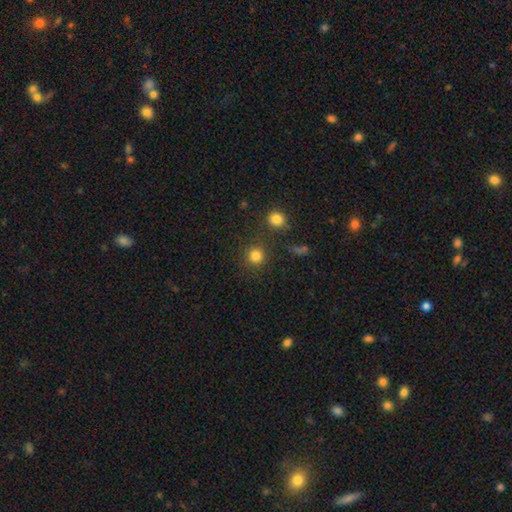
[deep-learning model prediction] smooth-or-featured: smooth: 82% | star or artifact: 14% | featured or disk: 5%
  how-rounded: round: 93% | in between: 6% | cigar-shaped: 1%
  merging: none: 83% | minor disturbance: 7% | merger: 7% | major disturbance: 4%